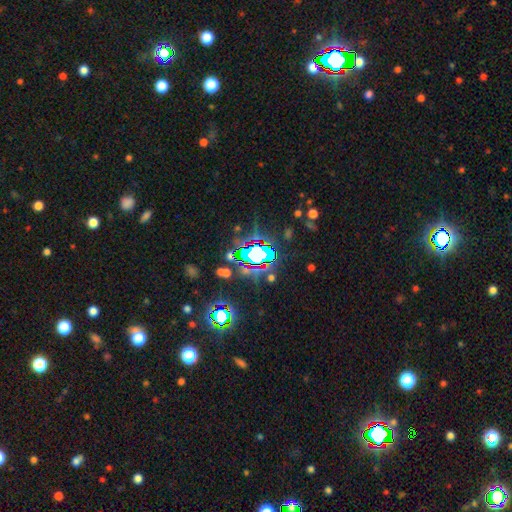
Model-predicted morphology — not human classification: The model was most divided on "smooth or featured": star or artifact: 63%, smooth: 21%, featured or disk: 16%.